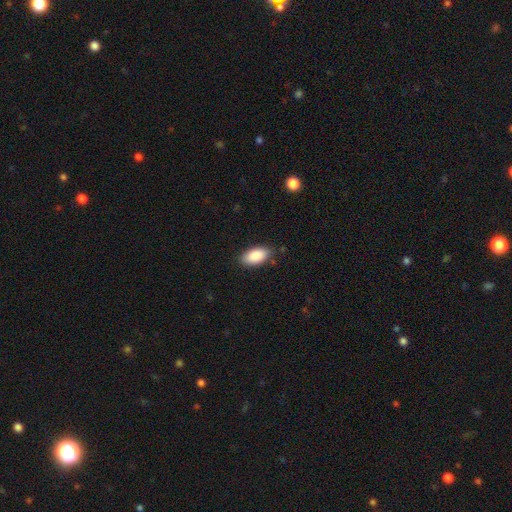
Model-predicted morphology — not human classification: smooth_or_featured: smooth (p=0.89) [alt: star or artifact p=0.06]
how_rounded: in between (p=0.94) [alt: cigar-shaped p=0.04]
merging: none (p=0.85) [alt: minor disturbance p=0.12]